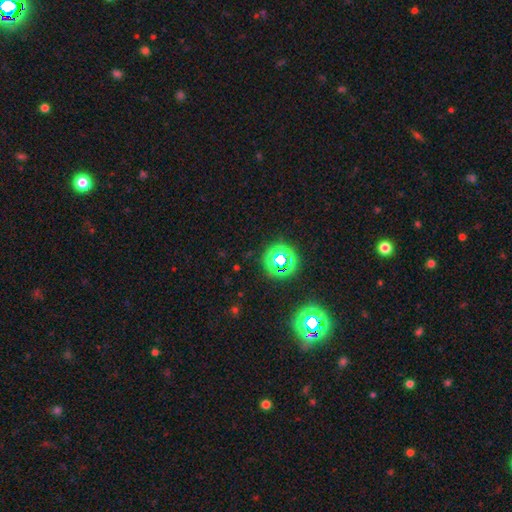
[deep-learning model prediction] Overall: star or artifact (71%).